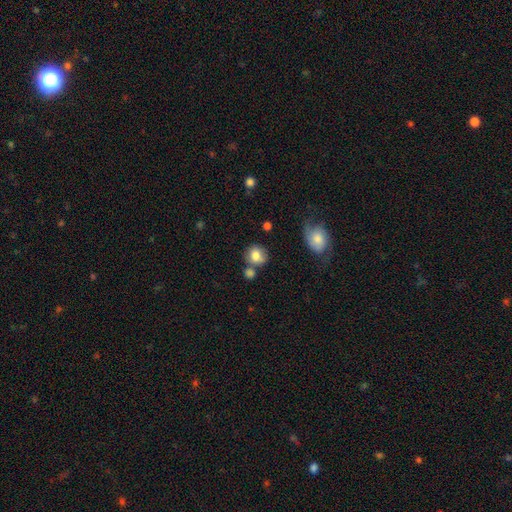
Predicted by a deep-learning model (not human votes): The model was most divided on "merging": none: 61%, merger: 18%, minor disturbance: 16%, major disturbance: 5%. More confident: smooth or featured — smooth (80%); how rounded — round (77%).